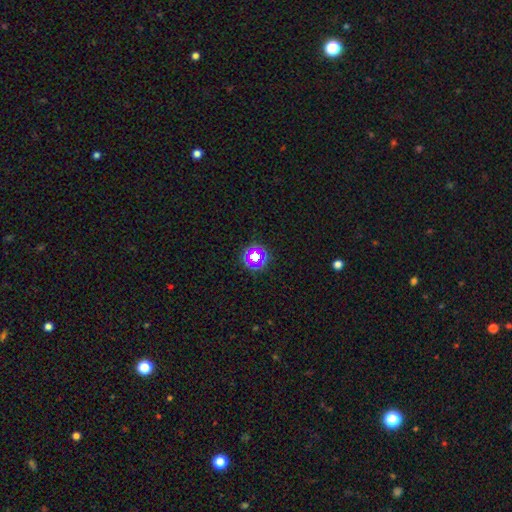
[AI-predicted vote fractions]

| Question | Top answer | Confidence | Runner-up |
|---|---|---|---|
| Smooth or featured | star or artifact | 55% | smooth (32%) |